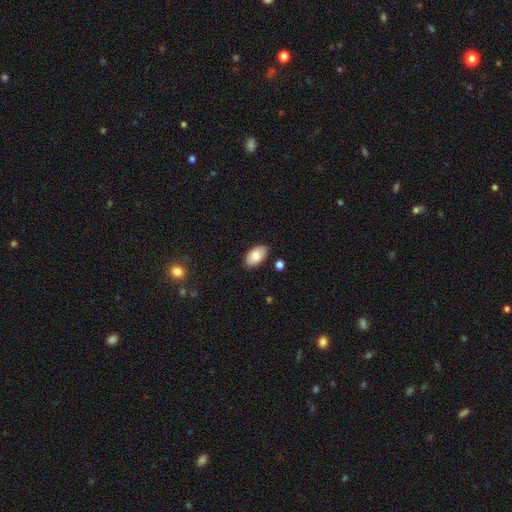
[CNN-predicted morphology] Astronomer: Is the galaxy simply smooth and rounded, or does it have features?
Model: smooth — 82%.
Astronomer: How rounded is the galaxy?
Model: in between — 95%.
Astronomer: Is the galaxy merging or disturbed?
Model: none — 83%.